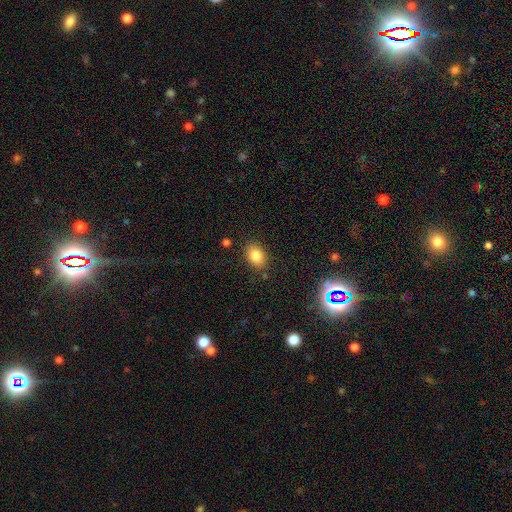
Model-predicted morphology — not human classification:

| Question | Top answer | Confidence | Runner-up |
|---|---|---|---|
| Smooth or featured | smooth | 84% | star or artifact (10%) |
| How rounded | in between | 78% | round (21%) |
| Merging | none | 83% | minor disturbance (11%) |